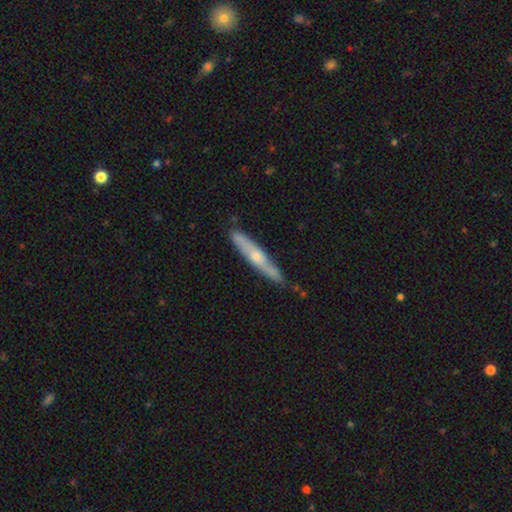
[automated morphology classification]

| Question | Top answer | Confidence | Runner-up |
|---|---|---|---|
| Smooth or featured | featured or disk | 53% | smooth (42%) |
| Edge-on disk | yes | 84% | no (16%) |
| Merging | none | 80% | minor disturbance (16%) |